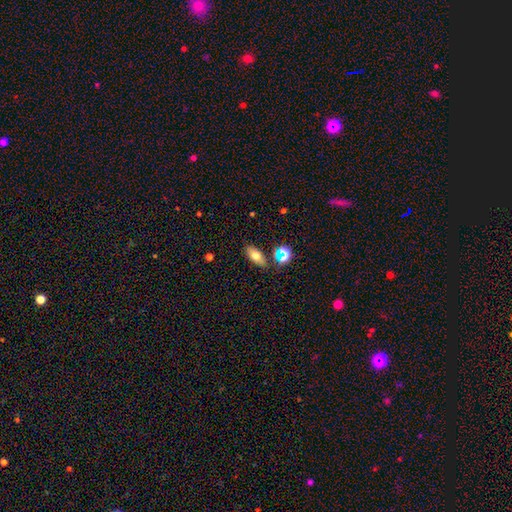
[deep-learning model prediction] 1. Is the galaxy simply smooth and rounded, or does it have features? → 68% smooth, 19% featured or disk, 13% star or artifact.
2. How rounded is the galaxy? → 80% in between, 12% cigar-shaped, 7% round.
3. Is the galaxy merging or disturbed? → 78% none, 11% minor disturbance, 7% merger, 3% major disturbance.